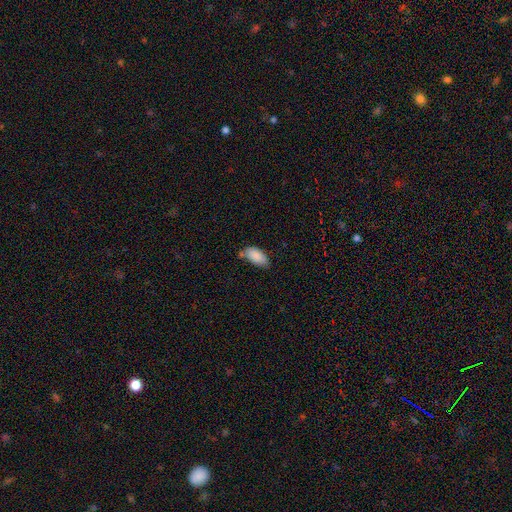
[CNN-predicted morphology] Overall: smooth (87%). How rounded: in between (94%). Merging: none (55%; minor disturbance 31%).